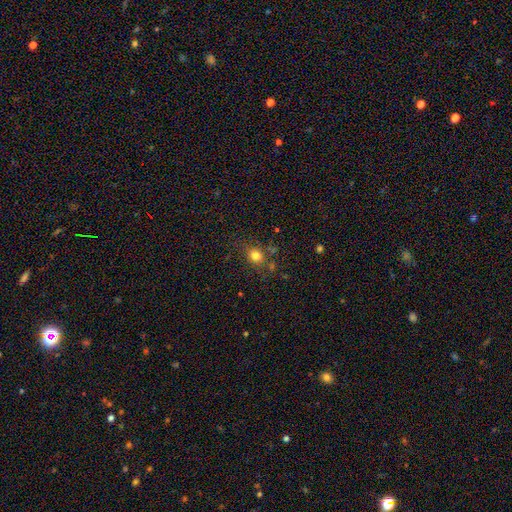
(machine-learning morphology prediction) Smooth or featured? smooth (76%)
How rounded? round (68%)
Merging? none (73%)